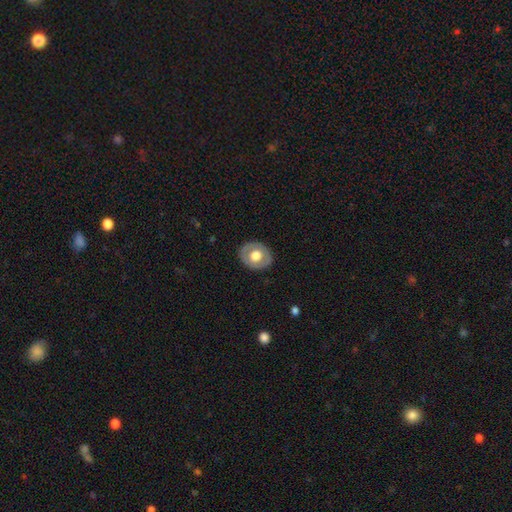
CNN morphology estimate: Overall: smooth (51%; featured or disk 43%). How rounded: round (57%; in between 42%). Merging: none (85%).